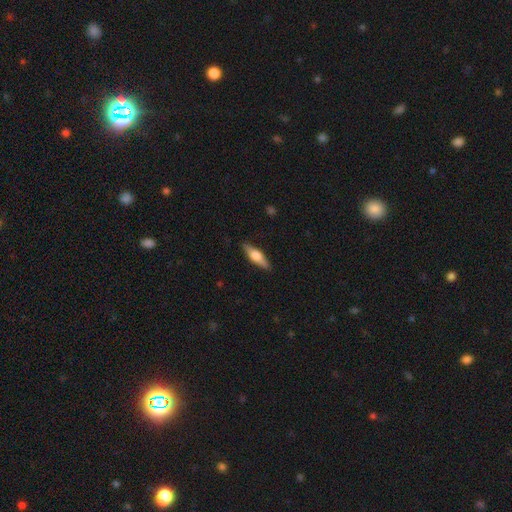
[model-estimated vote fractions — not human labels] Smooth or featured: featured or disk — 48% (smooth — 47%)
Merging: none — 88% (minor disturbance — 9%)